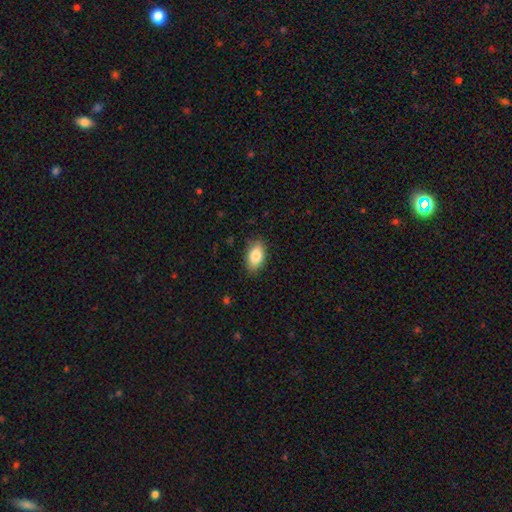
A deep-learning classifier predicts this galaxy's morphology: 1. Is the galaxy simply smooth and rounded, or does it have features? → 83% smooth, 9% featured or disk, 7% star or artifact.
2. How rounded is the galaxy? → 90% in between, 6% round, 4% cigar-shaped.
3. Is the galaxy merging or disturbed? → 85% none, 11% minor disturbance, 2% major disturbance, 1% merger.